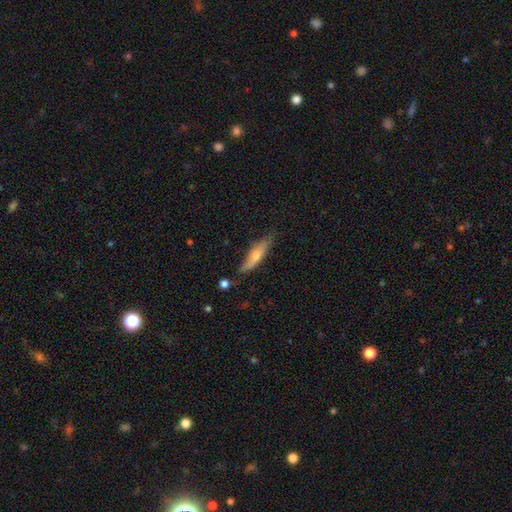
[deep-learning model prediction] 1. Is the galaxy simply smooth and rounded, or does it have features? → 61% smooth, 33% featured or disk, 6% star or artifact.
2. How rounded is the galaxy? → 72% cigar-shaped, 26% in between, 2% round.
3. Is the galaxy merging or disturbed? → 70% none, 22% minor disturbance, 5% major disturbance, 3% merger.